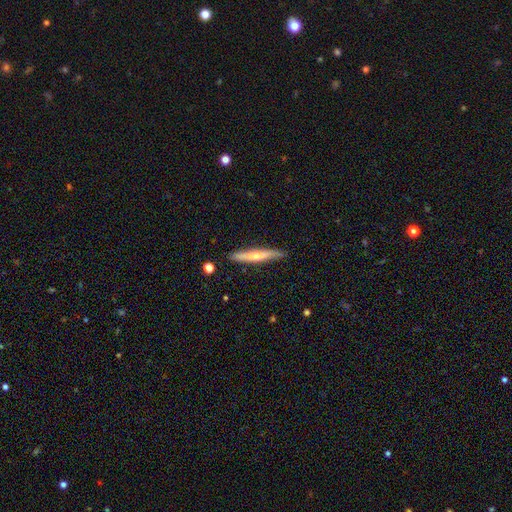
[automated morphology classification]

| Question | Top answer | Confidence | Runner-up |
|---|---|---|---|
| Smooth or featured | smooth | 48% | featured or disk (46%) |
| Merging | none | 86% | minor disturbance (11%) |